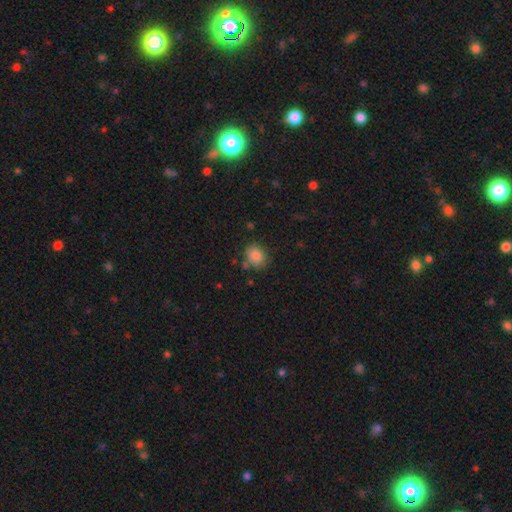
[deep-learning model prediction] This appears to be a smooth galaxy with no disk features (84%) that is round (57%). Merging: none (76%).